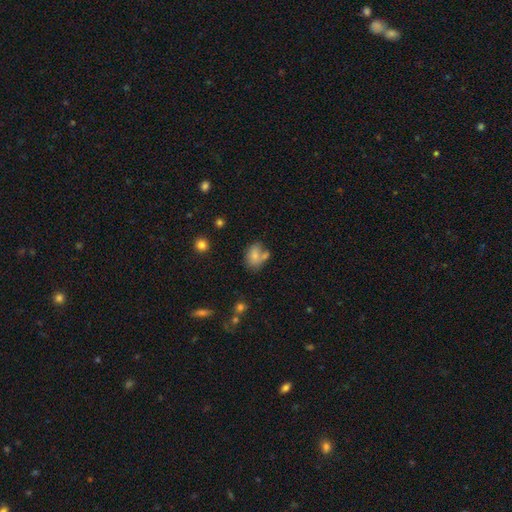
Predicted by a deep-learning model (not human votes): A smooth galaxy with no disk features (73%) that is in between round and cigar-shaped (74%). Merging: none (42%).